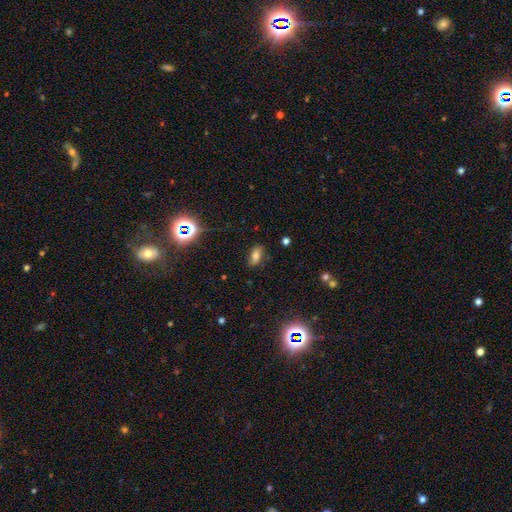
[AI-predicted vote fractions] smooth-or-featured: smooth: 66% | star or artifact: 18% | featured or disk: 16%
  how-rounded: in between: 85% | cigar-shaped: 8% | round: 6%
  merging: none: 81% | minor disturbance: 14% | major disturbance: 4% | merger: 2%